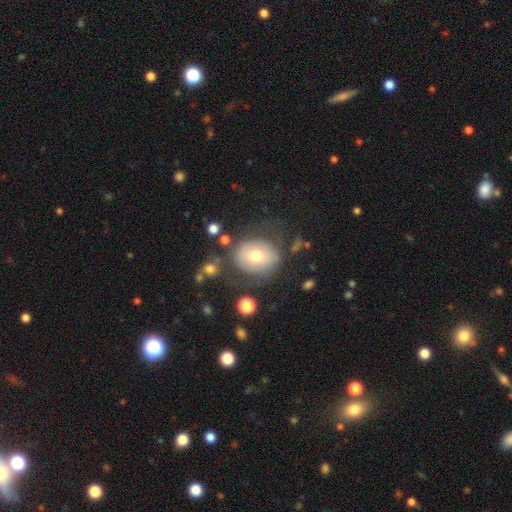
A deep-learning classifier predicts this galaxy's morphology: Smooth or featured?
  - smooth: 58% *
  - featured or disk: 32%
  - star or artifact: 10%
How rounded?
  - round: 61% *
  - in between: 38%
  - cigar-shaped: 1%
Merging?
  - none: 67% *
  - minor disturbance: 18%
  - major disturbance: 11%
  - merger: 4%